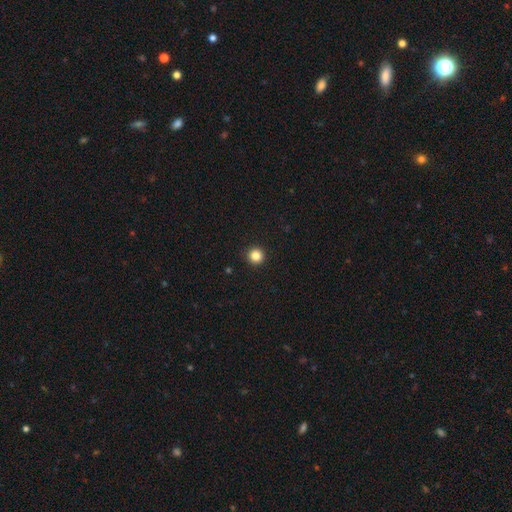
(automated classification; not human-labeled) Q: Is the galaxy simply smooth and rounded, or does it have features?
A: smooth — 84%.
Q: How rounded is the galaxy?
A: round — 96%.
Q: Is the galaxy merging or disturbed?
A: none — 93%.